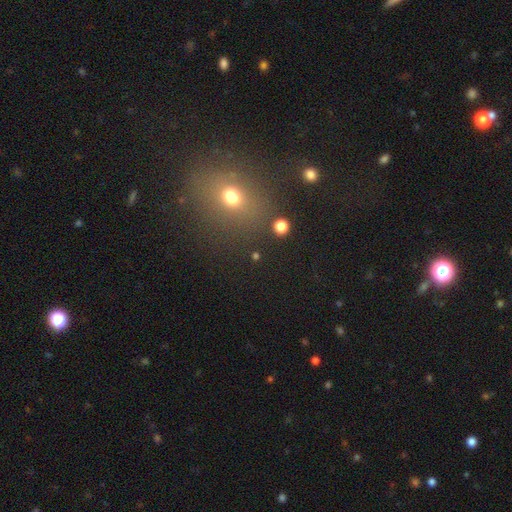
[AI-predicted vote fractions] Q: Smooth or featured?
A: smooth (50%); runner-up: star or artifact (40%)
Q: Merging?
A: none (80%); runner-up: minor disturbance (9%)